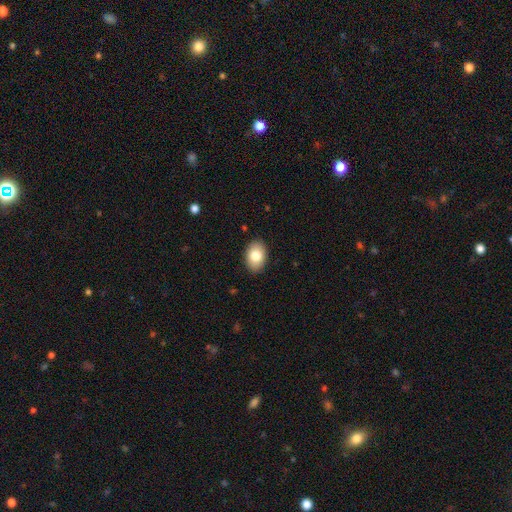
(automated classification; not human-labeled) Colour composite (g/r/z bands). It shows a smooth galaxy with no disk features (81%) that is in between round and cigar-shaped (85%). Merging: none (89%).